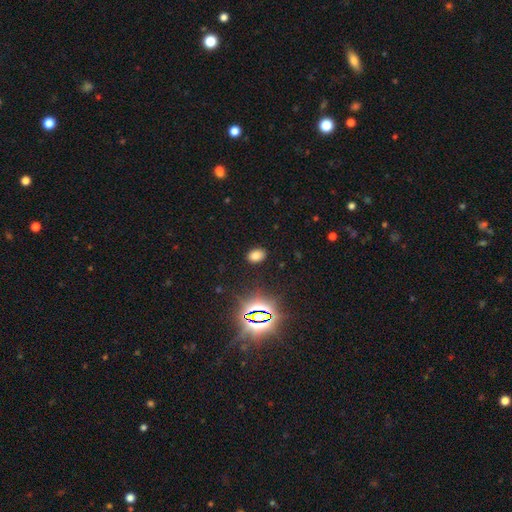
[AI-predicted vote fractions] Q: Smooth or featured?
A: smooth (70%); runner-up: star or artifact (23%)
Q: How rounded?
A: in between (78%); runner-up: round (21%)
Q: Merging?
A: none (87%); runner-up: minor disturbance (8%)